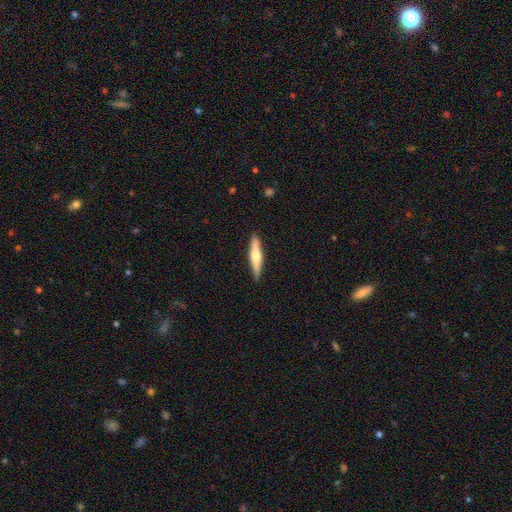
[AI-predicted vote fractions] Smooth or featured? Predicted: featured or disk (p=0.53). Edge-on disk? Predicted: yes (p=0.96). Edge-on bulge? Predicted: rounded (p=0.87). Merging? Predicted: none (p=0.89).